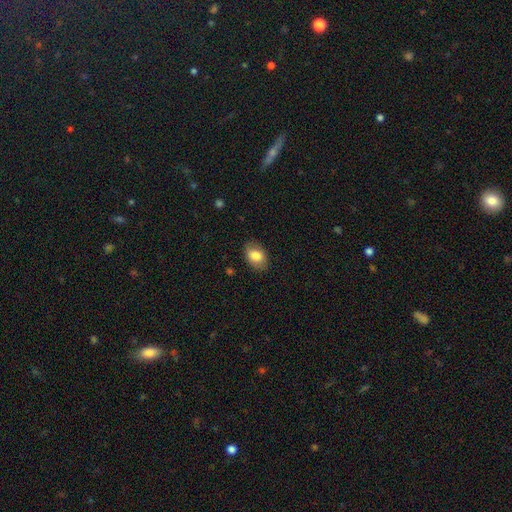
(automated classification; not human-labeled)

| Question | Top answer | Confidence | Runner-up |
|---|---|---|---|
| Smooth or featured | smooth | 82% | featured or disk (11%) |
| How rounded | in between | 84% | round (15%) |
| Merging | none | 83% | minor disturbance (13%) |